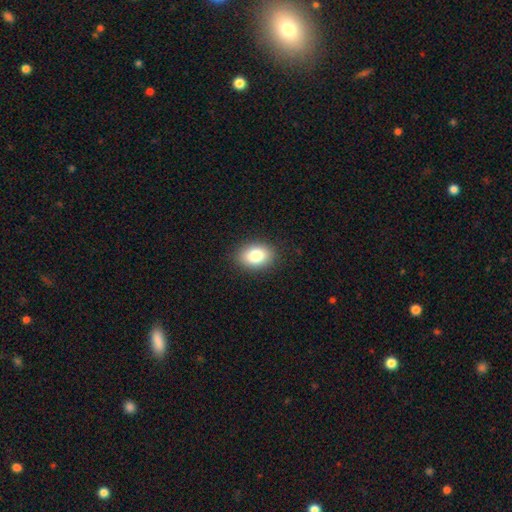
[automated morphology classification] A smooth galaxy with no disk features (83%) that is in between round and cigar-shaped (76%). Merging: none (88%).